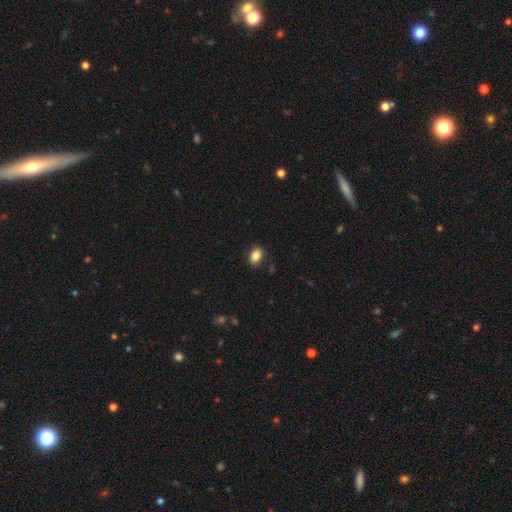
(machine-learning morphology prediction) smooth_or_featured: smooth (p=0.86) [alt: star or artifact p=0.08]
how_rounded: in between (p=0.84) [alt: round p=0.14]
merging: none (p=0.87) [alt: minor disturbance p=0.10]